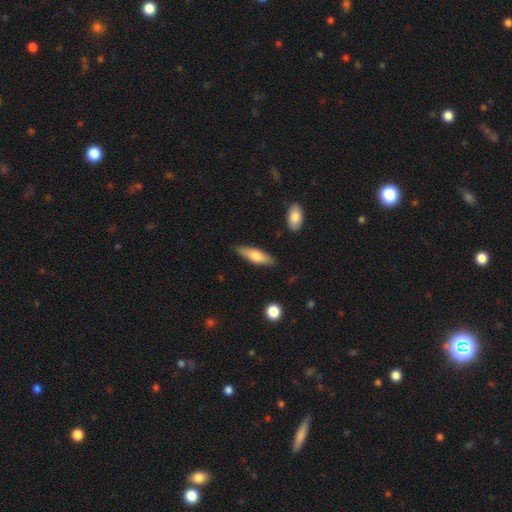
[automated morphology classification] type=smooth (68%); roundness=cigar-shaped (52%); merging=none (82%).